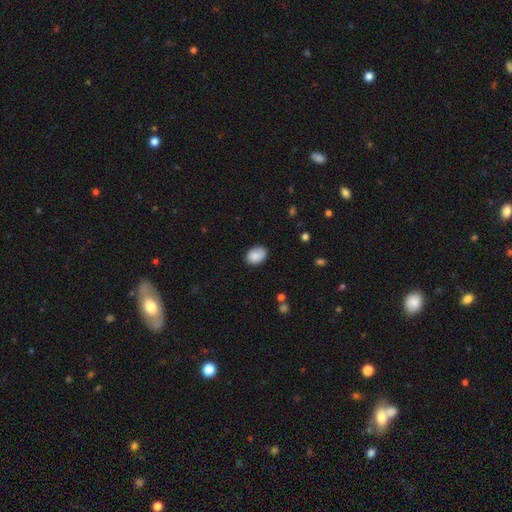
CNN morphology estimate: Smooth or featured?
  - smooth: 86% *
  - star or artifact: 7%
  - featured or disk: 7%
How rounded?
  - in between: 77% *
  - round: 22%
  - cigar-shaped: 1%
Merging?
  - none: 76% *
  - minor disturbance: 19%
  - major disturbance: 4%
  - merger: 2%